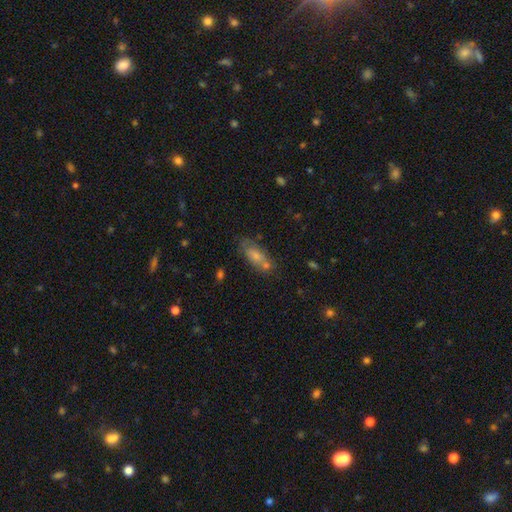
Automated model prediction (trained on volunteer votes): The model was most divided on "smooth or featured": smooth: 62%, featured or disk: 24%, star or artifact: 14%. More confident: how rounded — in between (68%); merging — none (59%).